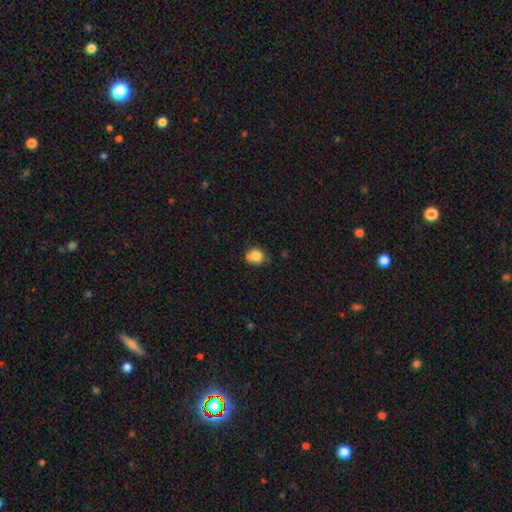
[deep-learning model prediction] Morphology: type=smooth (83%); roundness=round (60%); merging=none (62%).